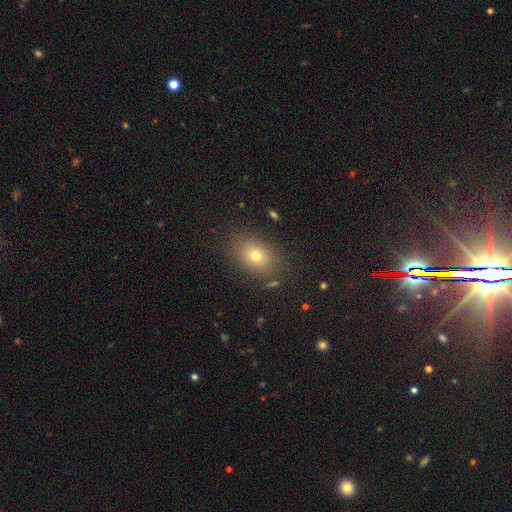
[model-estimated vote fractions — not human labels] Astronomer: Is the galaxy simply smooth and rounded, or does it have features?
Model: smooth — 73%.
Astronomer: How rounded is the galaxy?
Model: in between — 66%.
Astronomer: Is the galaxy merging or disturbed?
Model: none — 83%.